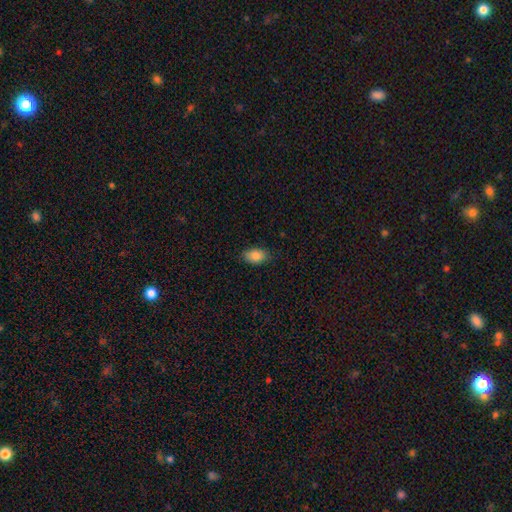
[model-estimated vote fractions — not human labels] Morphology: type=smooth (85%); roundness=in between (89%); merging=none (83%).